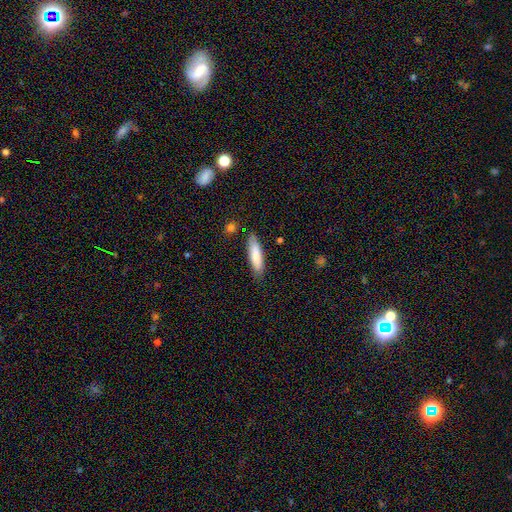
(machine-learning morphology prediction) Smooth or featured: smooth — 83% (featured or disk — 12%)
How rounded: cigar-shaped — 70% (in between — 29%)
Merging: none — 83% (minor disturbance — 13%)